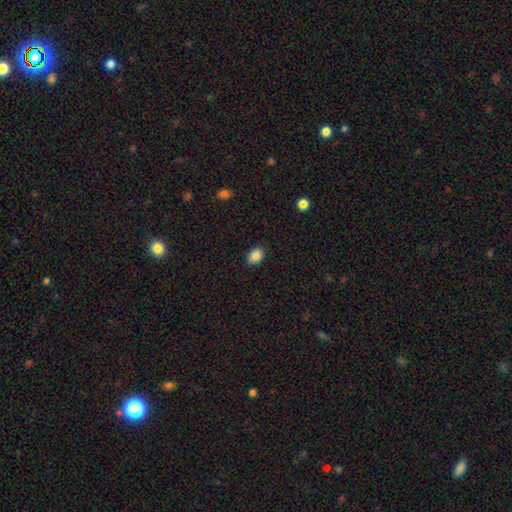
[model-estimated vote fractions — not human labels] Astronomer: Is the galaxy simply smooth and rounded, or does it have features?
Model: smooth — 88%.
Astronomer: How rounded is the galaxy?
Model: in between — 81%.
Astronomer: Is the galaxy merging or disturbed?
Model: none — 86%.